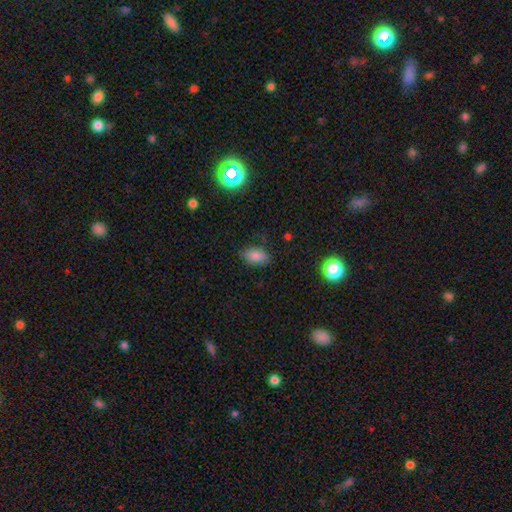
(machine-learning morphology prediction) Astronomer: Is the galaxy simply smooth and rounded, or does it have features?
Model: smooth — 83%.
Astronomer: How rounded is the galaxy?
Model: in between — 90%.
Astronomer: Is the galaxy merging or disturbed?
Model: none — 81%.